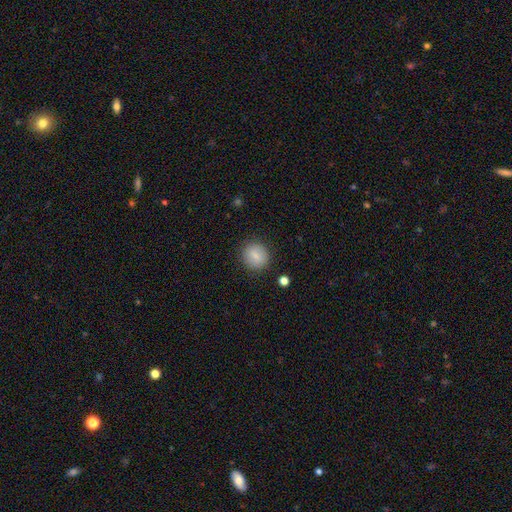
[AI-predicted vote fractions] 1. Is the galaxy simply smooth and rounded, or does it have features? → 83% smooth, 9% featured or disk, 8% star or artifact.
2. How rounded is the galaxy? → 82% round, 17% in between, 1% cigar-shaped.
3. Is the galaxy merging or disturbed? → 87% none, 9% minor disturbance, 3% major disturbance, 1% merger.